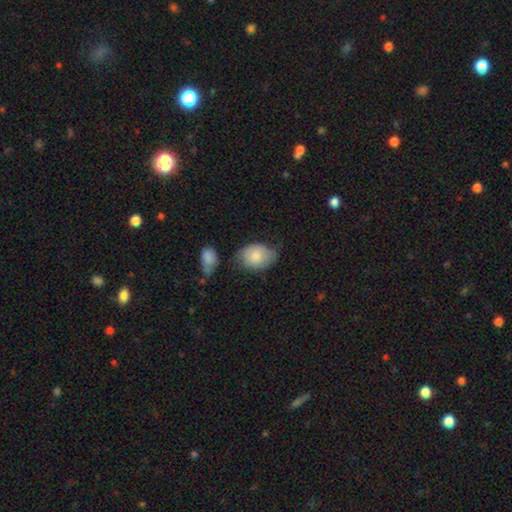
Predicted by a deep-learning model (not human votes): Smooth or featured? Predicted: smooth (p=0.81). How rounded? Predicted: in between (p=0.73). Merging? Predicted: none (p=0.49).